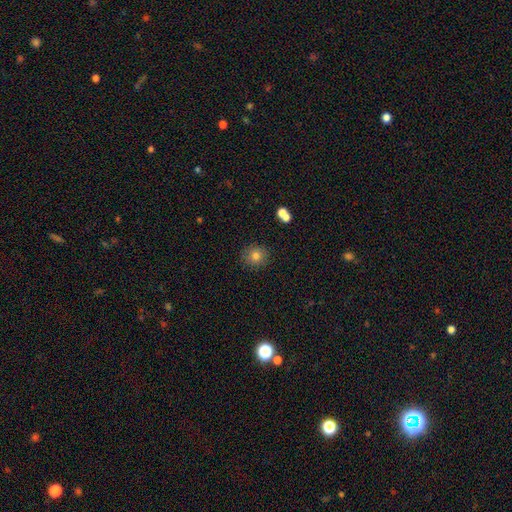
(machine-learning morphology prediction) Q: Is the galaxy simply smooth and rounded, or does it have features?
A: smooth — 78%.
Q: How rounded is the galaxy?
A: round — 89%.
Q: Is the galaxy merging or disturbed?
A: none — 87%.